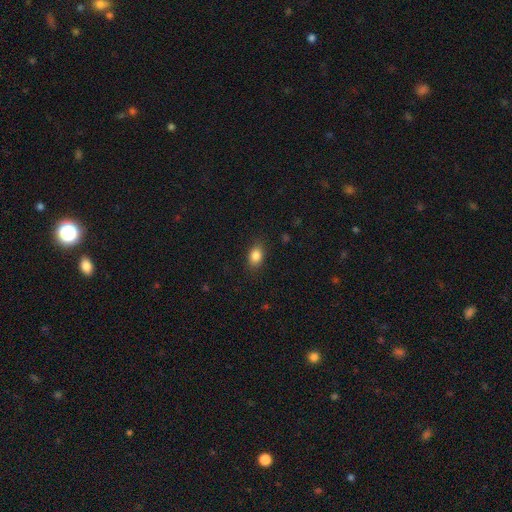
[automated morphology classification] Overall: smooth (85%). How rounded: in between (77%). Merging: none (83%).